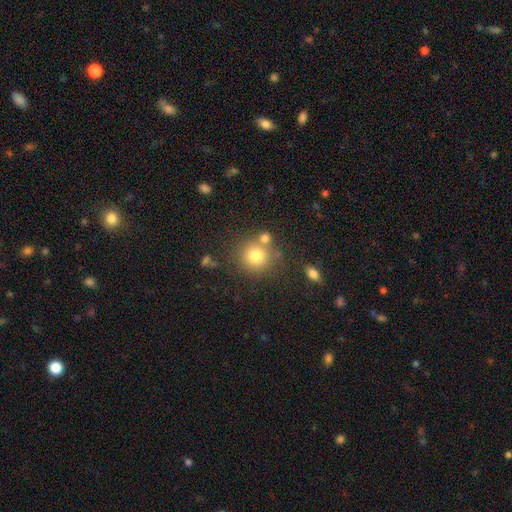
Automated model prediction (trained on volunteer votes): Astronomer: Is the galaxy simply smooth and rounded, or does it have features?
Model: smooth — 77%.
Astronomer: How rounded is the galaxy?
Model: round — 90%.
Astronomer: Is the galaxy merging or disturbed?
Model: none — 68%.